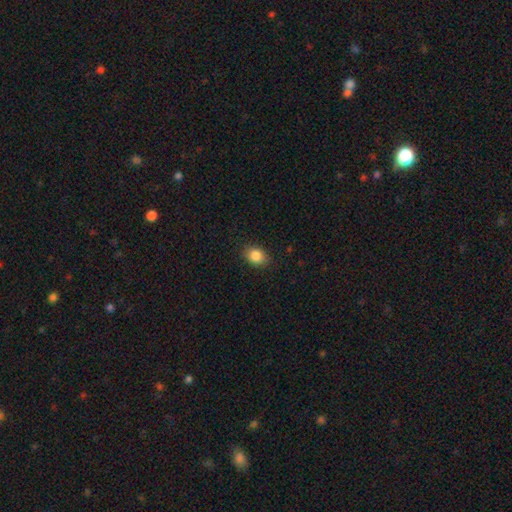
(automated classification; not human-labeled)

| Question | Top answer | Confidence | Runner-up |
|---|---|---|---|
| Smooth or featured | smooth | 87% | star or artifact (9%) |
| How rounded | in between | 57% | round (42%) |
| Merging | none | 86% | minor disturbance (11%) |